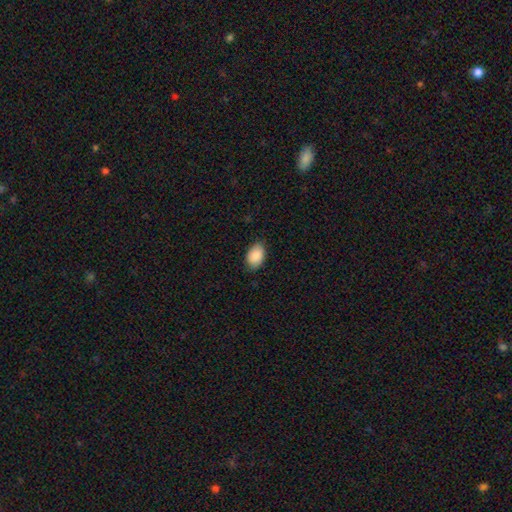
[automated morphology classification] Smooth or featured: smooth — 90% (star or artifact — 6%)
How rounded: in between — 90% (round — 9%)
Merging: none — 83% (minor disturbance — 13%)